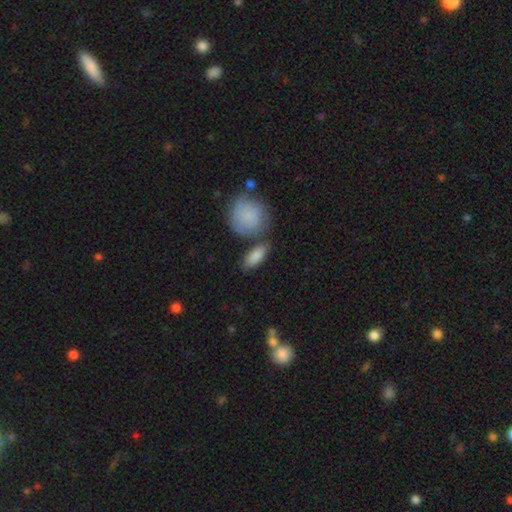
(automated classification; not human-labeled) The model was most divided on "merging": none: 68%, merger: 14%, minor disturbance: 14%, major disturbance: 4%. More confident: smooth or featured — smooth (86%); how rounded — in between (82%).